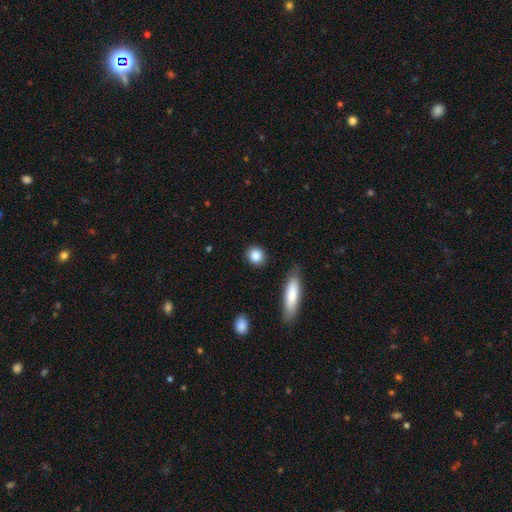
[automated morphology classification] smooth-or-featured: smooth: 86% | star or artifact: 8% | featured or disk: 6%
  how-rounded: round: 78% | in between: 19% | cigar-shaped: 3%
  merging: none: 87% | minor disturbance: 8% | major disturbance: 2% | merger: 2%